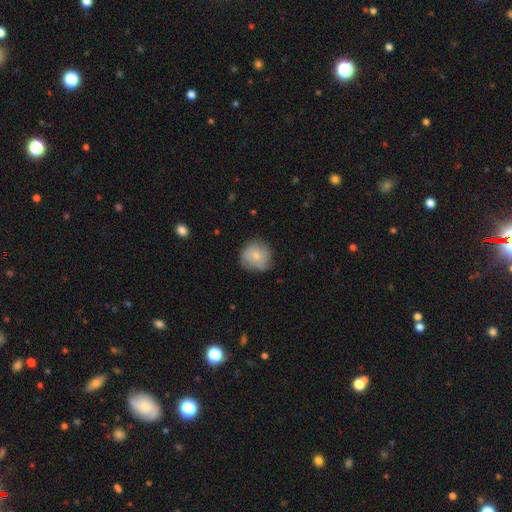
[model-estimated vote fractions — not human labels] Q: Smooth or featured?
A: smooth (65%); runner-up: featured or disk (27%)
Q: How rounded?
A: round (91%); runner-up: in between (8%)
Q: Merging?
A: none (70%); runner-up: minor disturbance (23%)